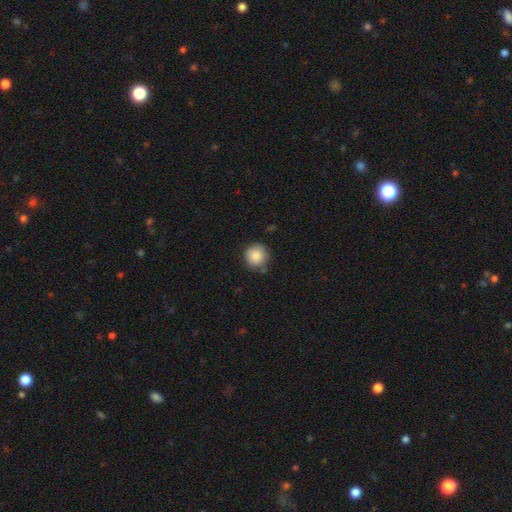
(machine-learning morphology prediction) smooth-or-featured: smooth: 87% | star or artifact: 8% | featured or disk: 5%
  how-rounded: round: 93% | in between: 7% | cigar-shaped: 1%
  merging: none: 81% | minor disturbance: 14% | major disturbance: 3% | merger: 3%